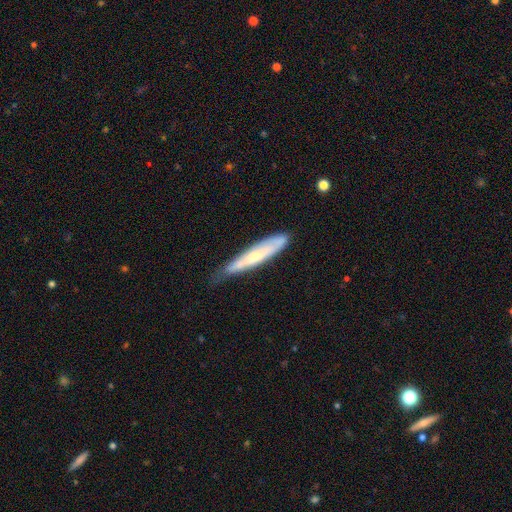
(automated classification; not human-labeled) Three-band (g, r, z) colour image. It shows a smooth galaxy with no disk features (51%) that is cigar-shaped (89%). Merging: none (56%).